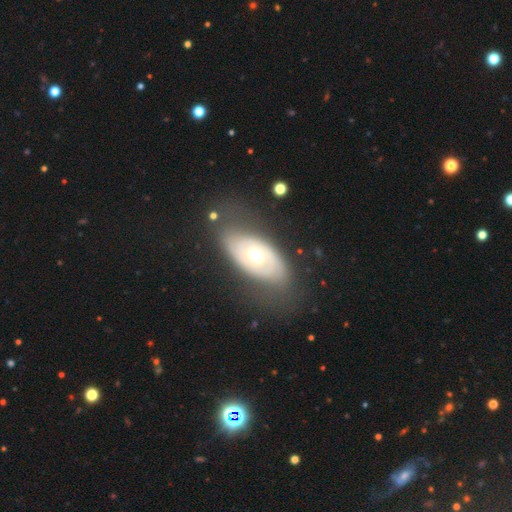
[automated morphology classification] This is likely a featured or disk galaxy (64%). It is clearly not viewed edge-on (89%). Bar: clearly no (87%). Spiral arm pattern: likely no (72%). Central bulge: likely moderate (74%). Merging: likely none (70%).